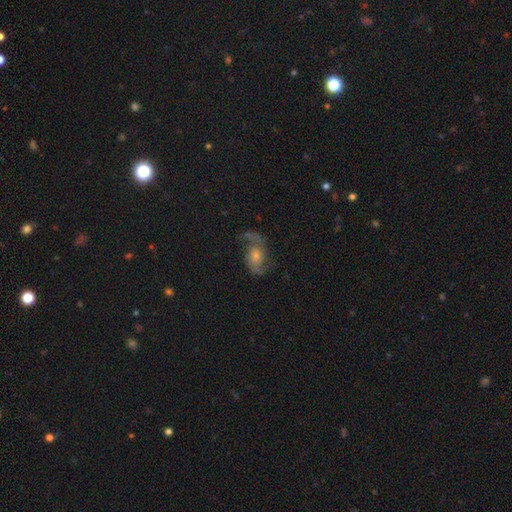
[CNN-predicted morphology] A featured or disk galaxy (82%) with no bar (63%), 2 (91%) loose (54%) spiral arms (96%) and a moderate central bulge (49%). Merging: none (71%).